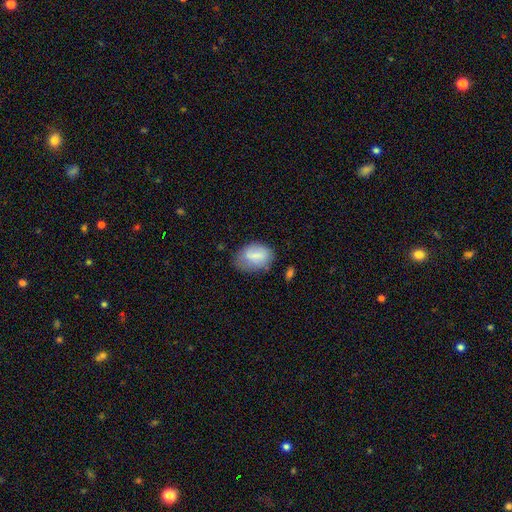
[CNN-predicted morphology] The model was most divided on "merging": none: 53%, minor disturbance: 32%, major disturbance: 11%, merger: 4%. More confident: how rounded — in between (82%); smooth or featured — smooth (72%).